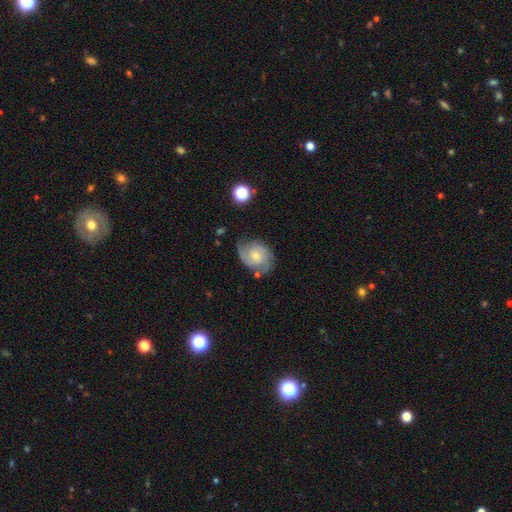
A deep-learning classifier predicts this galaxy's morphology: featured or disk 75%, smooth 18%, star or artifact 7%. Down the decision tree: edge-on disk — no (97%); bar — no (64%); spiral arms — yes (94%); spiral arm count — 2 (66%); spiral winding — tight (43%, tied with medium); bulge size — small (49%); merging — none (66%).